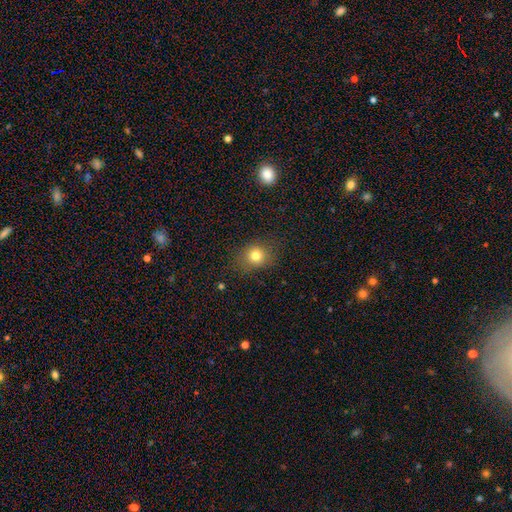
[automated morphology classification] type=smooth (78%); roundness=round (72%); merging=none (81%).